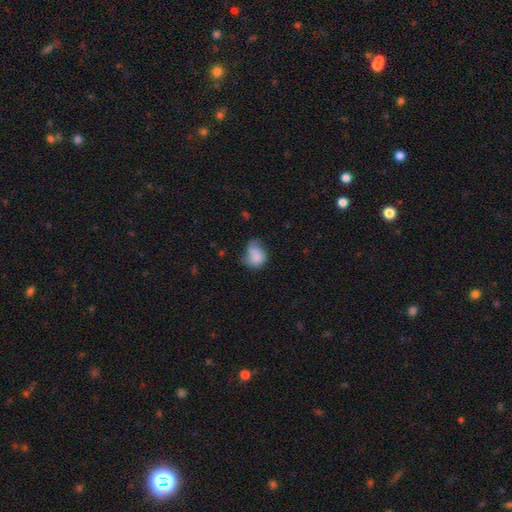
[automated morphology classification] This is likely a smooth galaxy (73%). How rounded: possibly in between (51%). Merging: marginally minor disturbance (36%).